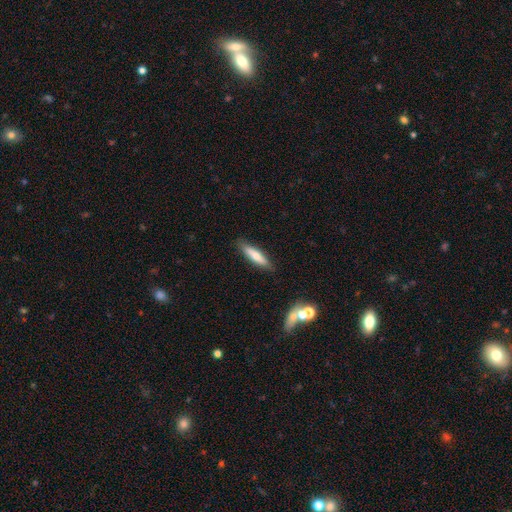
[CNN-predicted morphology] Smooth or featured: smooth — 67% (featured or disk — 27%)
How rounded: cigar-shaped — 78% (in between — 20%)
Merging: none — 85% (minor disturbance — 11%)